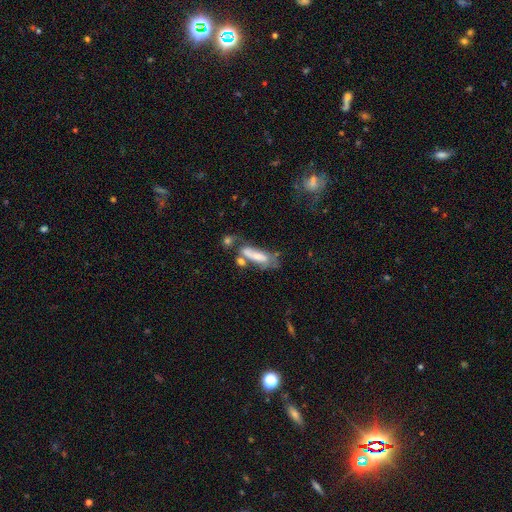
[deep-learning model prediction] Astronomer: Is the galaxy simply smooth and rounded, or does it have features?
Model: smooth — 58% (runner-up: featured or disk, 34%).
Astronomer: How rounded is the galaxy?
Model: in between — 53% (runner-up: cigar-shaped, 44%).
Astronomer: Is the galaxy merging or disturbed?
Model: merger — 30% (runner-up: none, 29%).